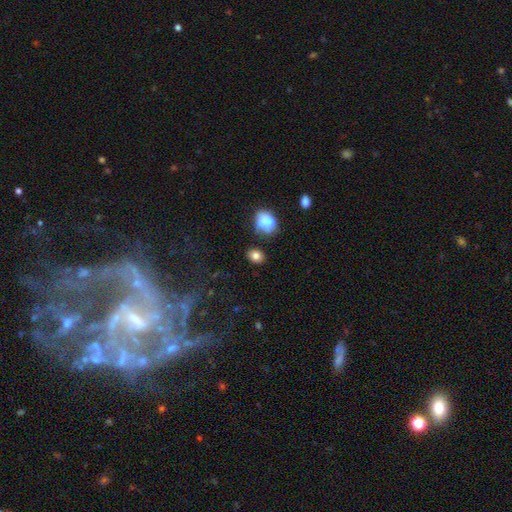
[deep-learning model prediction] Morphology: type=smooth (82%); roundness=round (50%); merging=none (78%).